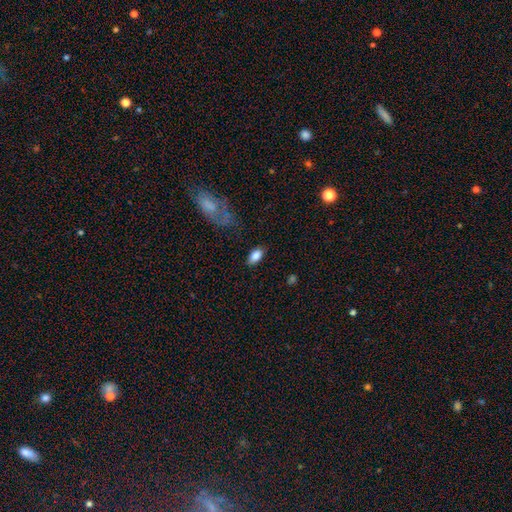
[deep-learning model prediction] Morphology: type=smooth (83%); roundness=in between (91%); merging=none (84%).